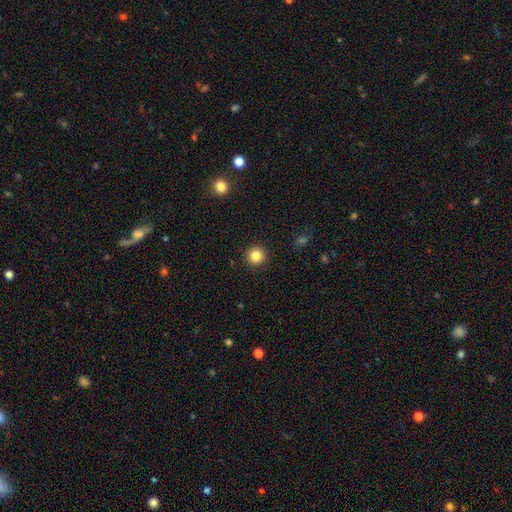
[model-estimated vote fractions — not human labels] Smooth or featured: smooth — 84% (star or artifact — 11%)
How rounded: round — 95% (in between — 4%)
Merging: none — 93% (minor disturbance — 5%)